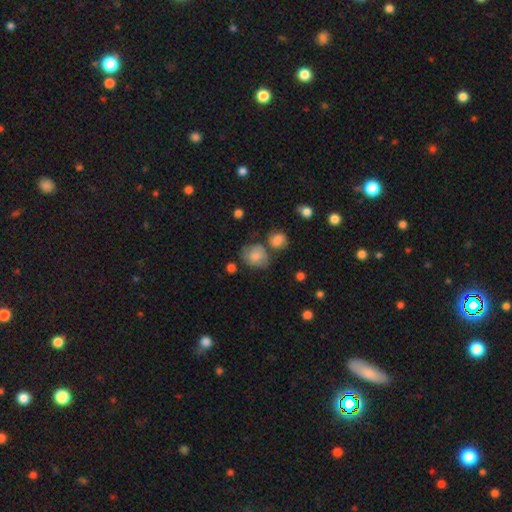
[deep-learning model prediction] Morphology: type=smooth (77%); roundness=round (67%); merging=none (51%).